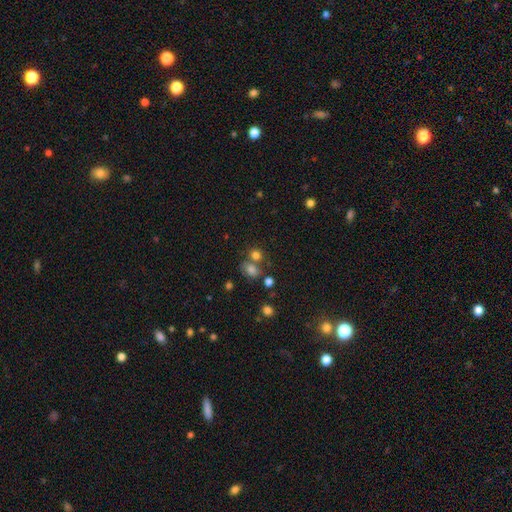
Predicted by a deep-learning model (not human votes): Smooth or featured: smooth — 75% (star or artifact — 17%)
How rounded: round — 67% (in between — 32%)
Merging: none — 52% (merger — 32%)